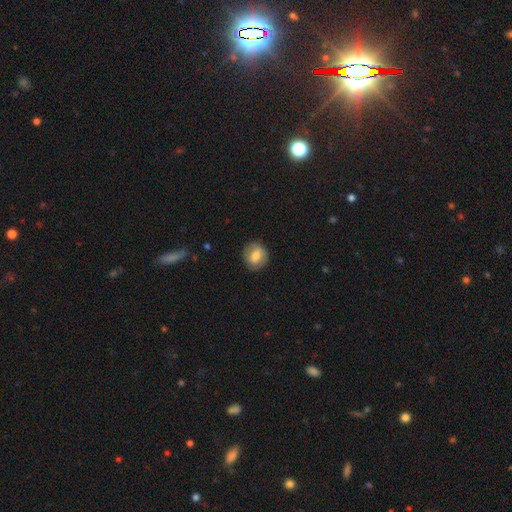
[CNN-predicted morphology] A smooth galaxy with no disk features (61%) that is round (76%).

Vote fractions:
- Smooth or featured? smooth: 61% / featured or disk: 31% / star or artifact: 8%
- How rounded? round: 76% / in between: 22% / cigar-shaped: 1%
- Merging? none: 84% / minor disturbance: 12% / major disturbance: 4% / merger: 1%